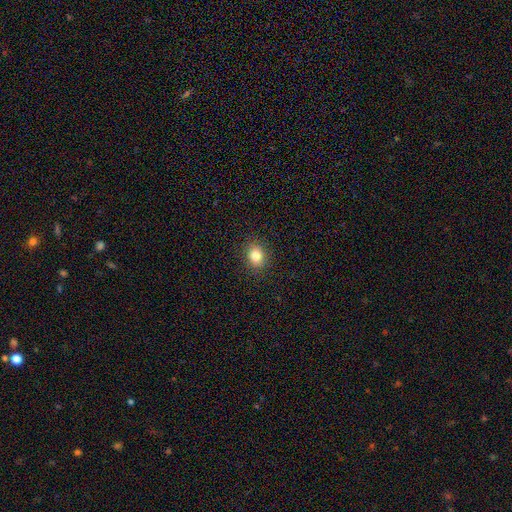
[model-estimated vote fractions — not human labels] Morphology: type=smooth (82%); roundness=round (55%); merging=none (89%).